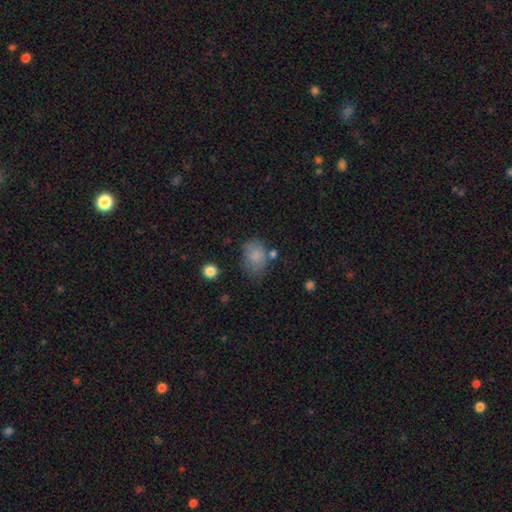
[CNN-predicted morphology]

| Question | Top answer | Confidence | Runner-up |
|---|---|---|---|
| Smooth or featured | smooth | 79% | featured or disk (11%) |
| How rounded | in between | 68% | round (31%) |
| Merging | none | 50% | minor disturbance (29%) |